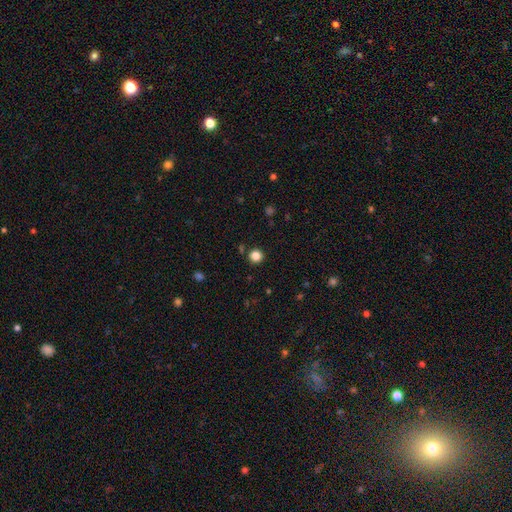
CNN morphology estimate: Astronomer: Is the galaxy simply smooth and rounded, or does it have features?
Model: smooth — 83%.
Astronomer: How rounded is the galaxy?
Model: round — 95%.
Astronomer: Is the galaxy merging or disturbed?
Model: none — 91%.